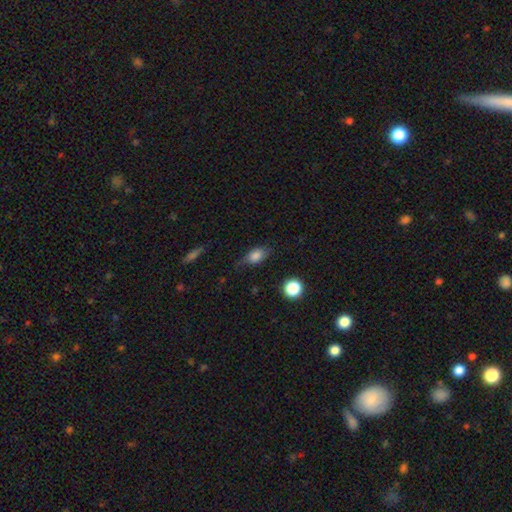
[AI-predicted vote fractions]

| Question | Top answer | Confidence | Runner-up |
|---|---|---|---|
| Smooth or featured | smooth | 80% | featured or disk (10%) |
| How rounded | in between | 84% | round (11%) |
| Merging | none | 65% | minor disturbance (26%) |